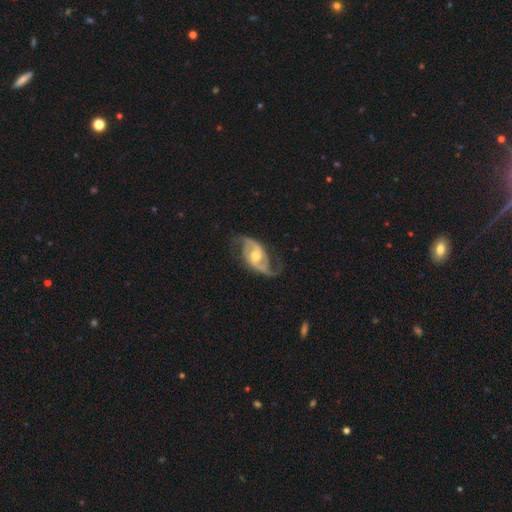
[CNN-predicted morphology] Smooth or featured? featured or disk (89%)
Edge-on disk? no (96%)
Bar? no (49%)
Spiral arms? yes (96%)
Spiral winding? loose (44%)
Spiral arm count? 2 (92%)
Bulge size? moderate (72%)
Merging? none (73%)